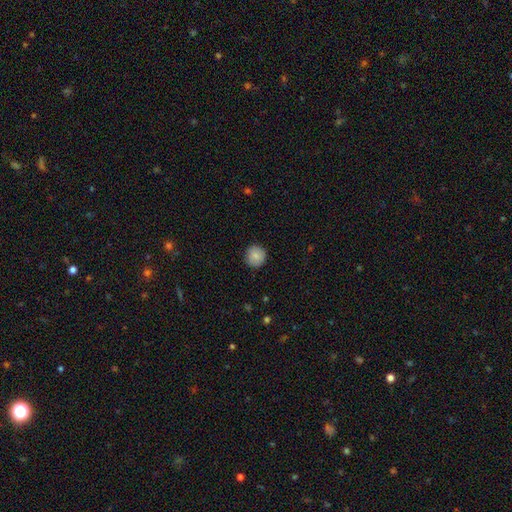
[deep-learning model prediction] Overall: smooth (86%). How rounded: round (93%). Merging: none (90%).